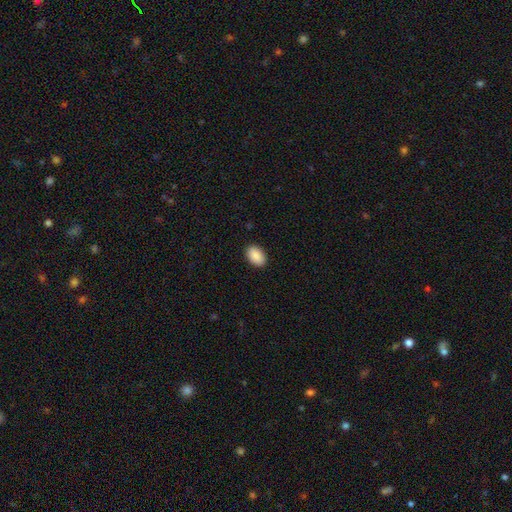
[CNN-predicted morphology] smooth 90%, star or artifact 6%, featured or disk 3%. Down the decision tree: how rounded — in between (92%); merging — none (90%).